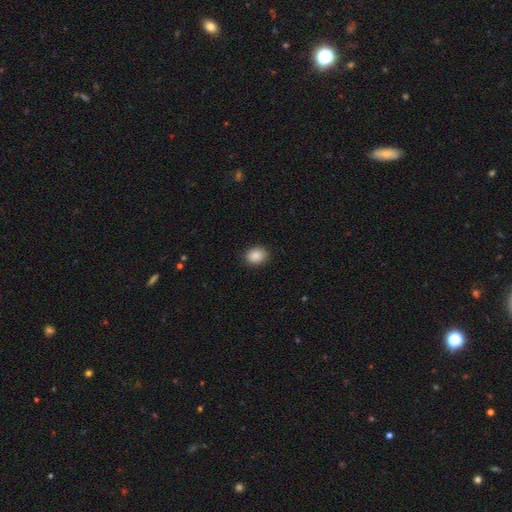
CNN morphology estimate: Smooth or featured: smooth — 88% (star or artifact — 8%)
How rounded: round — 52% (in between — 47%)
Merging: none — 87% (minor disturbance — 10%)